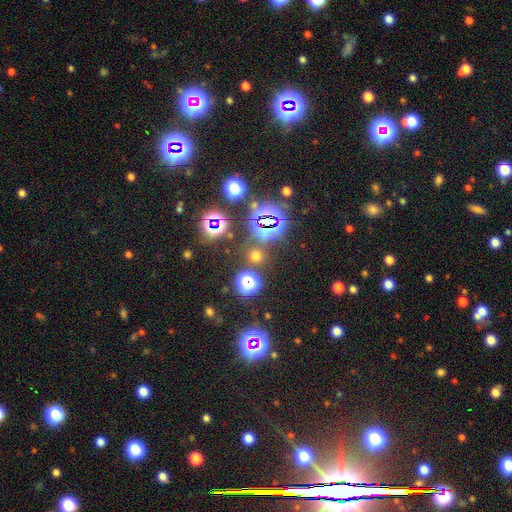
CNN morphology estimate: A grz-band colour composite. It shows a star or artifact, not a galaxy (48%).